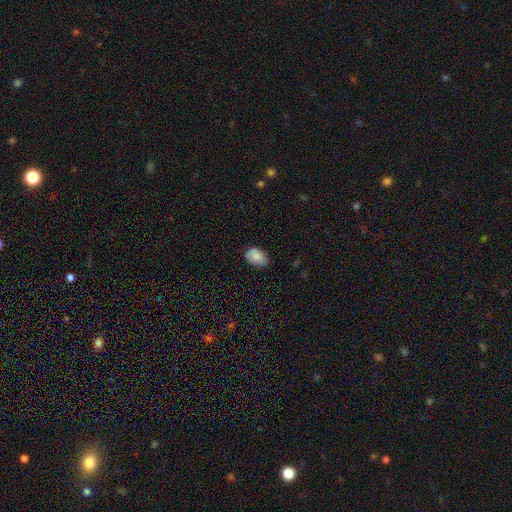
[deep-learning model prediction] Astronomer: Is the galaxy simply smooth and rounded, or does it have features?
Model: smooth — 87%.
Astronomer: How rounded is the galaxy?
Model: in between — 84%.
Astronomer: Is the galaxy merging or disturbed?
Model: none — 72%.